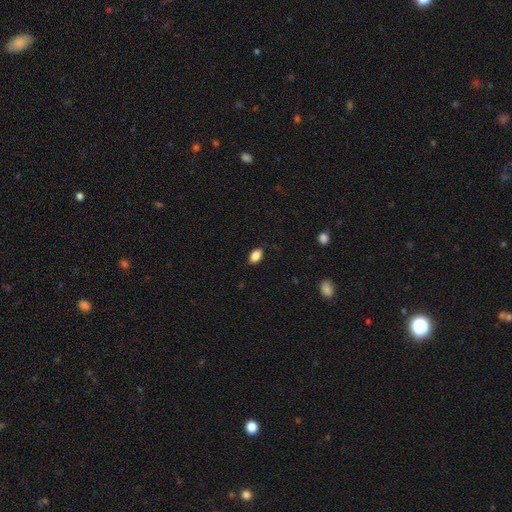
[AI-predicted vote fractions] A smooth galaxy with no disk features (87%) that is in between round and cigar-shaped (87%). Merging: none (83%).